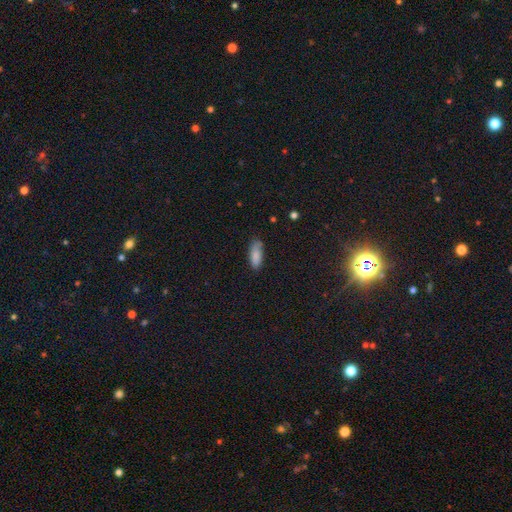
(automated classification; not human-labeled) Smooth or featured?
  - smooth: 85% *
  - featured or disk: 8%
  - star or artifact: 7%
How rounded?
  - in between: 71% *
  - cigar-shaped: 27%
  - round: 2%
Merging?
  - none: 69% *
  - minor disturbance: 24%
  - major disturbance: 5%
  - merger: 3%